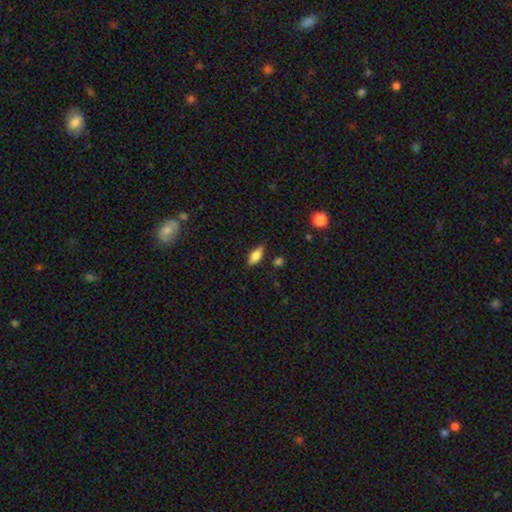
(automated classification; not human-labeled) Smooth or featured? smooth (76%)
How rounded? in between (84%)
Merging? none (80%)